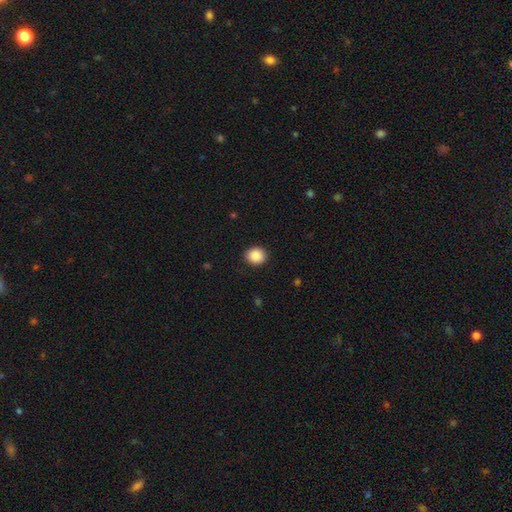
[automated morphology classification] Smooth or featured? smooth (89%)
How rounded? round (77%)
Merging? none (90%)